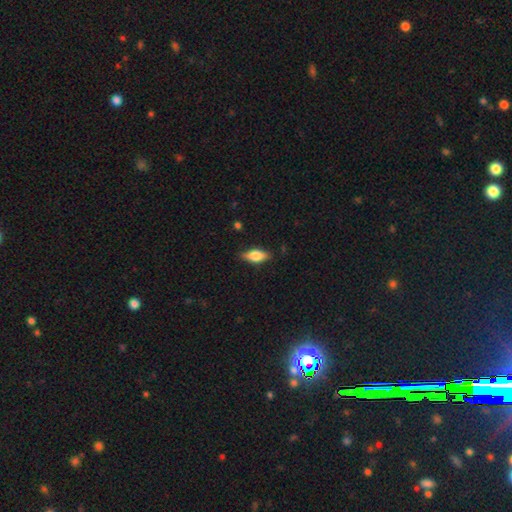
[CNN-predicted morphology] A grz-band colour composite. It shows a smooth galaxy with no disk features (66%) that is in between round and cigar-shaped (78%). Merging: none (82%).